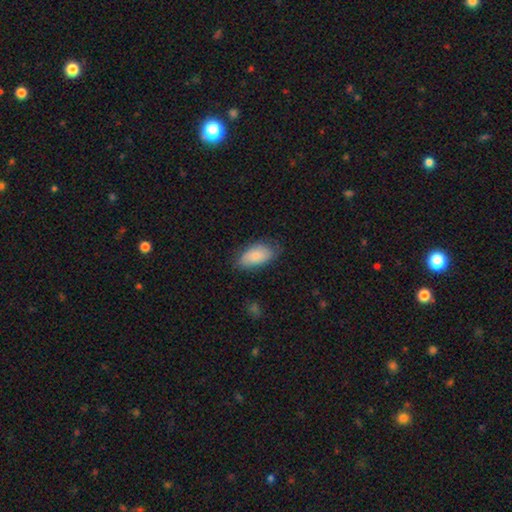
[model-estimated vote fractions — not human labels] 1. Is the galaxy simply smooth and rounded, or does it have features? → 78% smooth, 16% featured or disk, 7% star or artifact.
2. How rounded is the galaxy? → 94% in between, 4% round, 3% cigar-shaped.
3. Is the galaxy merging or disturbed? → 72% none, 22% minor disturbance, 5% major disturbance, 1% merger.